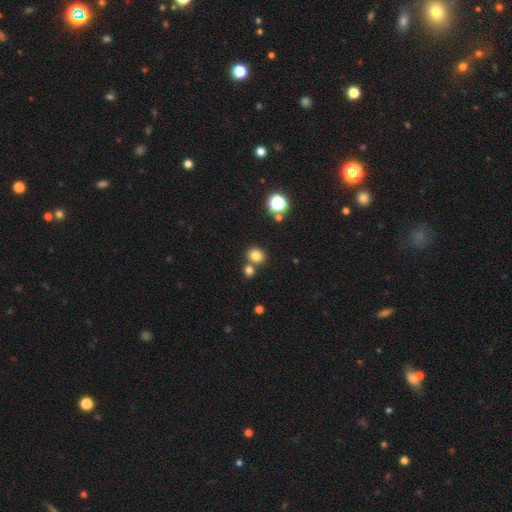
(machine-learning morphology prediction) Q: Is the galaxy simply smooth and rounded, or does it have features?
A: smooth — 78%.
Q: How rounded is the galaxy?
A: round — 68%.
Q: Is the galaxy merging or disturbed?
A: none — 68%.